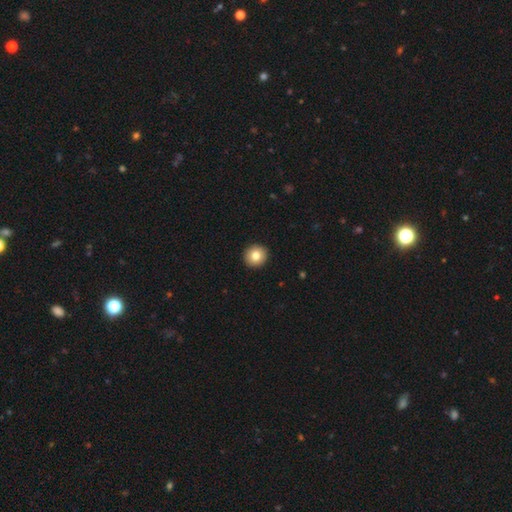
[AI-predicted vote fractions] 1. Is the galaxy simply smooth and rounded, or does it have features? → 80% smooth, 11% featured or disk, 9% star or artifact.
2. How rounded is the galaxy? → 93% round, 6% in between, 1% cigar-shaped.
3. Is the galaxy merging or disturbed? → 93% none, 4% minor disturbance, 1% major disturbance, 1% merger.